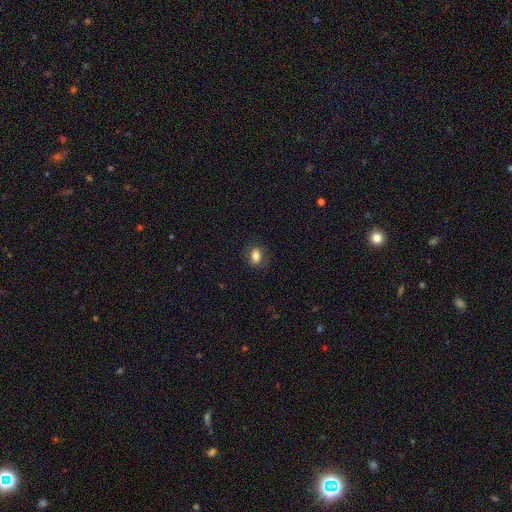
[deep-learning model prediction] smooth-or-featured: smooth: 80% | featured or disk: 11% | star or artifact: 10%
  how-rounded: in between: 74% | round: 23% | cigar-shaped: 2%
  merging: none: 80% | minor disturbance: 14% | major disturbance: 5% | merger: 1%